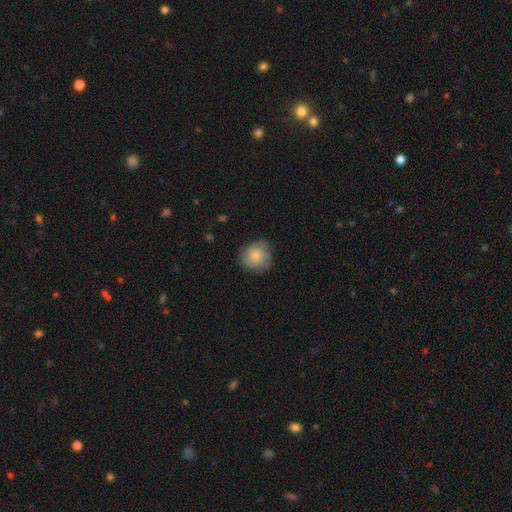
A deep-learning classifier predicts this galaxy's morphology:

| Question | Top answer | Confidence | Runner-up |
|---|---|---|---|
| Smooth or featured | smooth | 68% | featured or disk (25%) |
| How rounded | round | 82% | in between (17%) |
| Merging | none | 72% | minor disturbance (20%) |